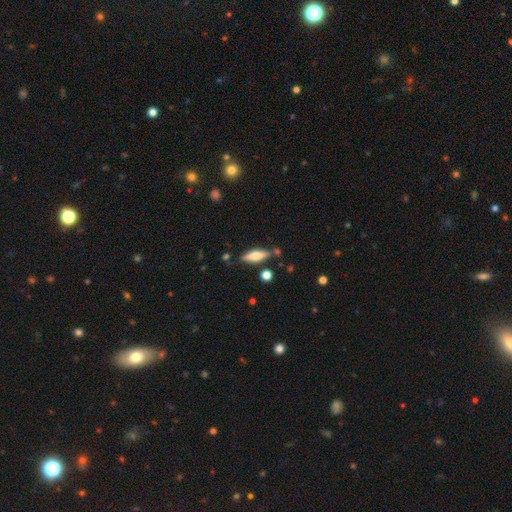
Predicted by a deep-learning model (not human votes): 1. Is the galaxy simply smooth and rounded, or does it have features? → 57% smooth, 36% featured or disk, 7% star or artifact.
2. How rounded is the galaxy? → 53% cigar-shaped, 45% in between, 2% round.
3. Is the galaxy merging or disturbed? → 77% none, 14% minor disturbance, 6% merger, 3% major disturbance.